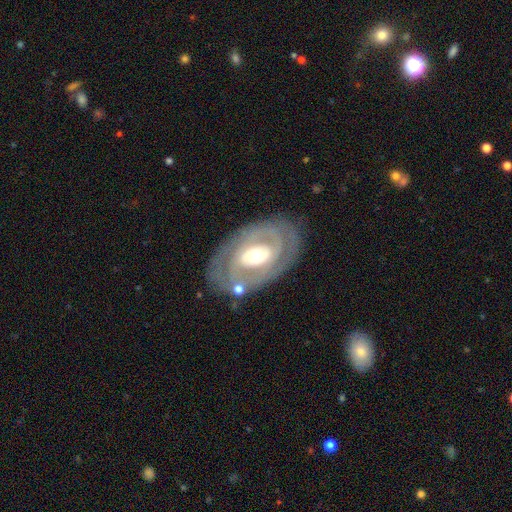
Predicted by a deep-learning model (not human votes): A featured or disk galaxy (80%) with no bar (42%), 2 (56%) tight (64%) spiral arms (75%) and a moderate central bulge (67%). Merging: none (78%).